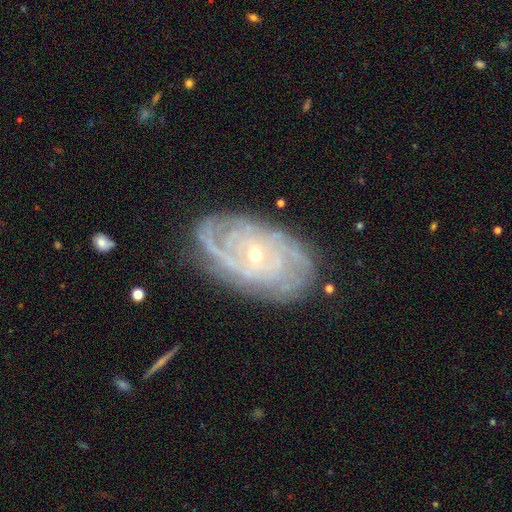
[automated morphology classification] This appears to be a featured or disk galaxy (86%) with no bar (71%), tight (76%) spiral arms (96%) and a small central bulge (69%). Merging: none (79%).